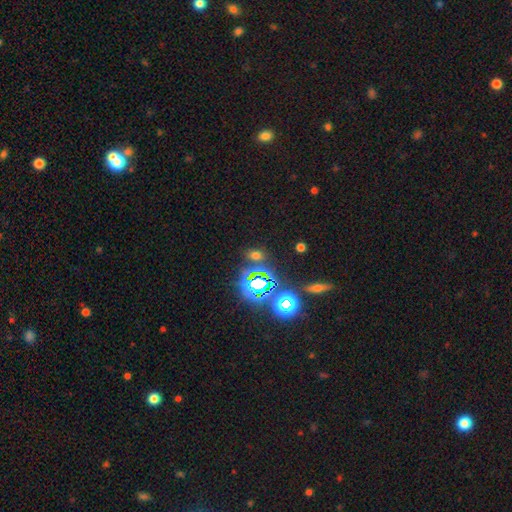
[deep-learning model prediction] This is possibly a star or artifact rather than a galaxy (47%).